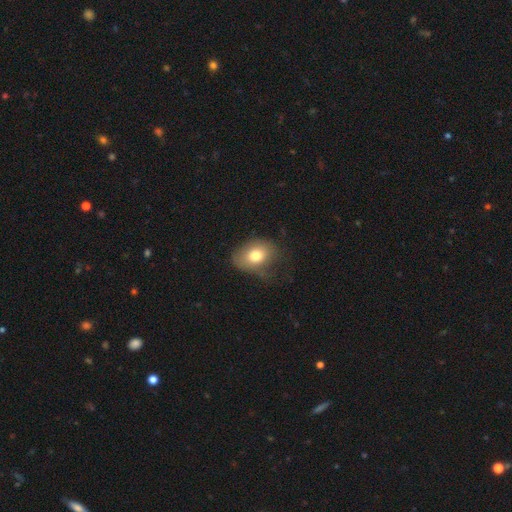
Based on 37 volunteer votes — A smooth galaxy with no disk features (84%) that is in between round and cigar-shaped (77%).

Vote fractions:
- Smooth or featured? smooth: 84% / featured or disk: 11% / star or artifact: 5%
- How rounded? in between: 77% / round: 23% / cigar-shaped: 0%
- Merging? none: 40% / minor disturbance: 37% / major disturbance: 23% / merger: 0%